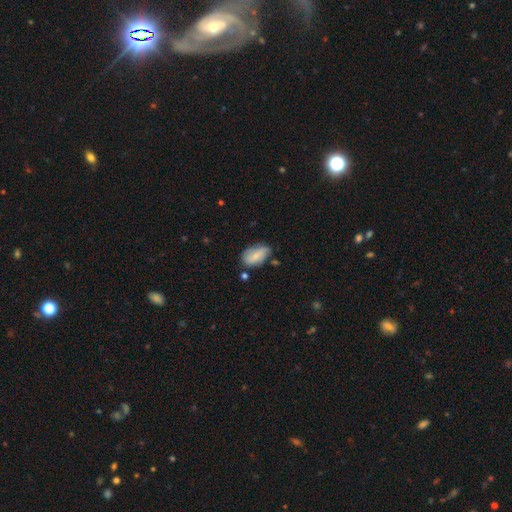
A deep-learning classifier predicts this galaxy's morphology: smooth 70%, featured or disk 23%, star or artifact 7%. Down the decision tree: how rounded — in between (92%); merging — none (62%).